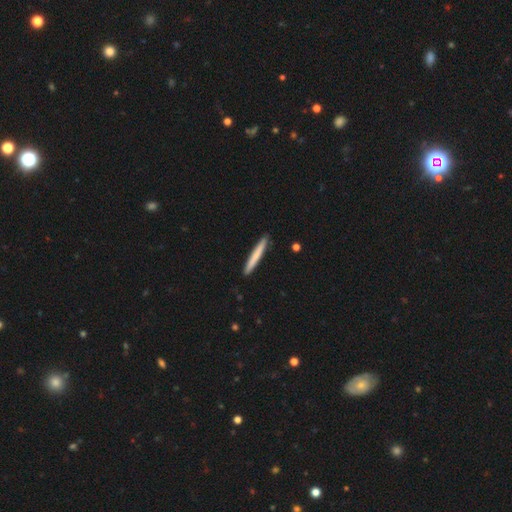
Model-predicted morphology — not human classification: Smooth or featured: smooth — 71% (featured or disk — 24%)
How rounded: cigar-shaped — 97% (in between — 2%)
Merging: none — 91% (minor disturbance — 6%)